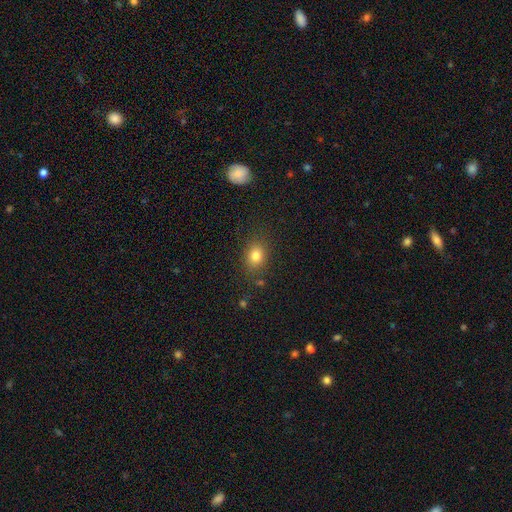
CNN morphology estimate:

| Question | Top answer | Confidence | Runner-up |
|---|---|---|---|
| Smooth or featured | smooth | 80% | star or artifact (12%) |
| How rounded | in between | 52% | round (47%) |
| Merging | none | 81% | minor disturbance (12%) |